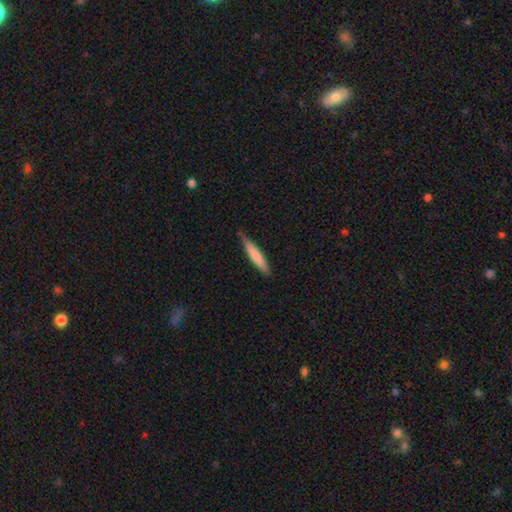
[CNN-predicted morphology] Smooth or featured? Predicted: smooth (p=0.74). How rounded? Predicted: cigar-shaped (p=0.89). Merging? Predicted: none (p=0.80).